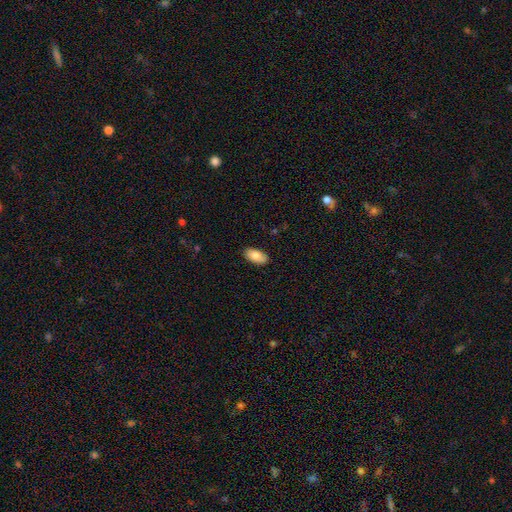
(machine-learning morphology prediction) Smooth or featured: smooth — 82% (featured or disk — 12%)
How rounded: in between — 94% (round — 3%)
Merging: none — 87% (minor disturbance — 10%)